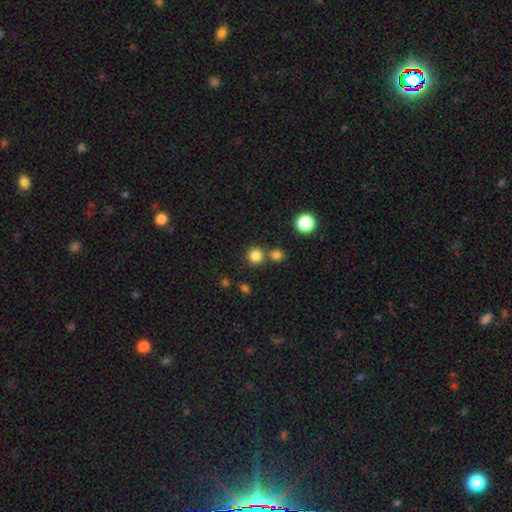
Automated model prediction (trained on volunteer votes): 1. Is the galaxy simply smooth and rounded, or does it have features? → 81% smooth, 14% star or artifact, 5% featured or disk.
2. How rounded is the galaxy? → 93% round, 6% in between, 1% cigar-shaped.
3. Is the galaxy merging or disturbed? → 74% none, 16% merger, 7% minor disturbance, 3% major disturbance.